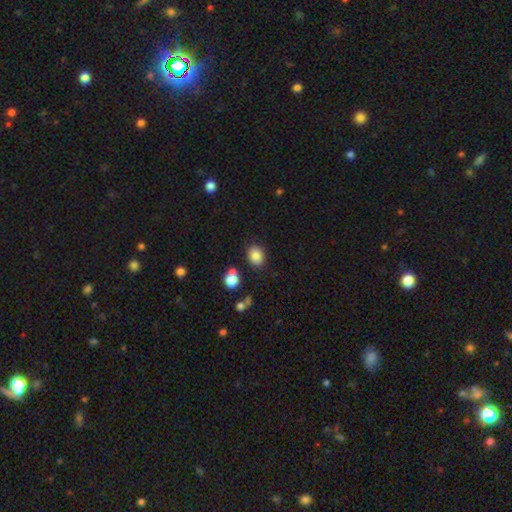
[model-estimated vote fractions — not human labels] A smooth galaxy with no disk features (84%) that is in between round and cigar-shaped (59%).

Vote fractions:
- Smooth or featured? smooth: 84% / star or artifact: 10% / featured or disk: 6%
- How rounded? in between: 59% / round: 40% / cigar-shaped: 1%
- Merging? none: 82% / minor disturbance: 11% / merger: 4% / major disturbance: 3%